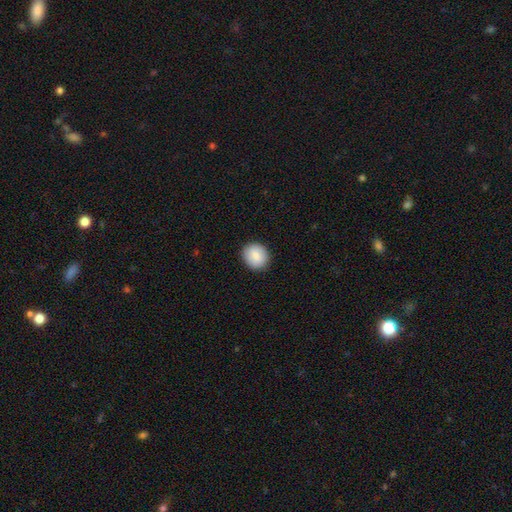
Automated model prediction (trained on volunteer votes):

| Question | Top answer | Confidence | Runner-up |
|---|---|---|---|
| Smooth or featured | smooth | 86% | featured or disk (7%) |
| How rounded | round | 77% | in between (22%) |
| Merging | none | 89% | minor disturbance (8%) |